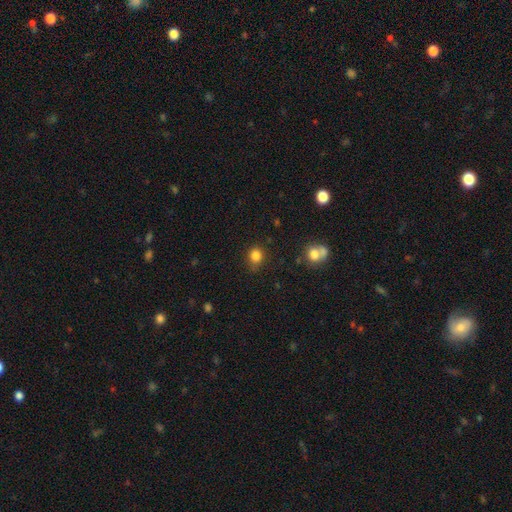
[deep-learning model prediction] smooth_or_featured: smooth (p=0.83) [alt: star or artifact p=0.12]
how_rounded: round (p=0.76) [alt: in between p=0.23]
merging: none (p=0.77) [alt: minor disturbance p=0.16]